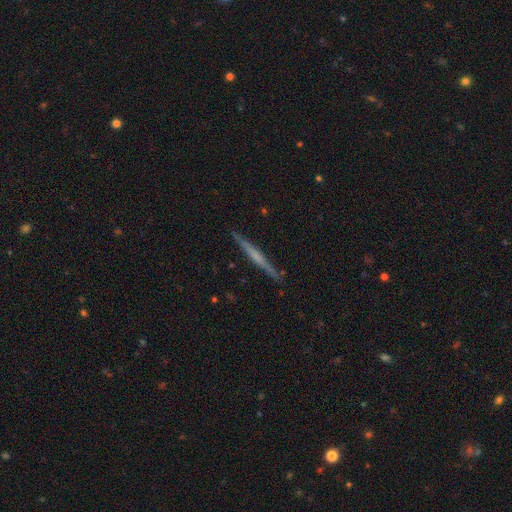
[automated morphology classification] Smooth or featured?
  - featured or disk: 67% *
  - smooth: 27%
  - star or artifact: 6%
Edge-on disk?
  - yes: 98% *
  - no: 2%
Edge-on bulge?
  - none: 52% *
  - rounded: 35%
  - boxy: 14%
Merging?
  - none: 90% *
  - minor disturbance: 7%
  - major disturbance: 1%
  - merger: 1%